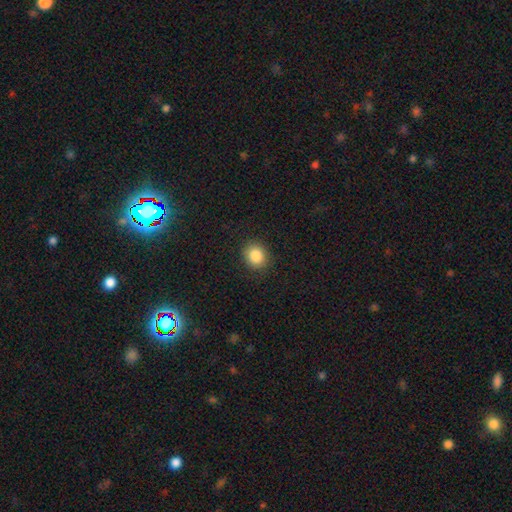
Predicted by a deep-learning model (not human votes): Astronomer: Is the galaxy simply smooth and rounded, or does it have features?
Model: smooth — 85%.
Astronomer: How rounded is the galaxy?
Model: round — 76%.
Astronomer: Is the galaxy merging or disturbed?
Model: none — 89%.